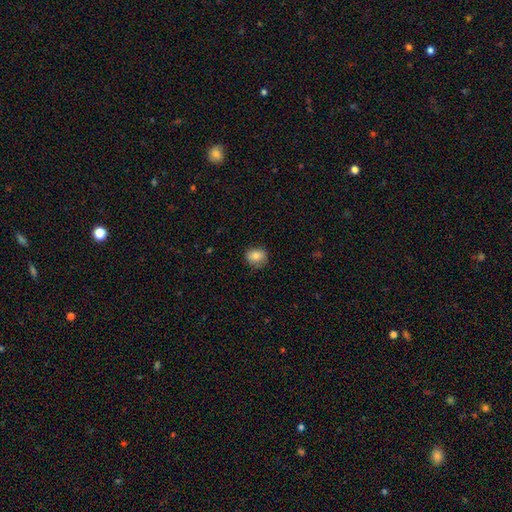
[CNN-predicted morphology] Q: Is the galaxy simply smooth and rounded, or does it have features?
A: smooth — 81%.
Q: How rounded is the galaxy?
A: round — 63%.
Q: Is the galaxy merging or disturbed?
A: none — 80%.